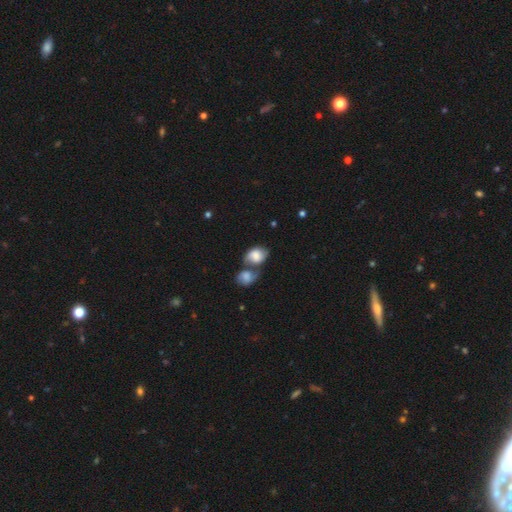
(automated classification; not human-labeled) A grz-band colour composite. It shows a smooth galaxy with no disk features (66%) that is in between round and cigar-shaped (71%). Merging: merger (61%).